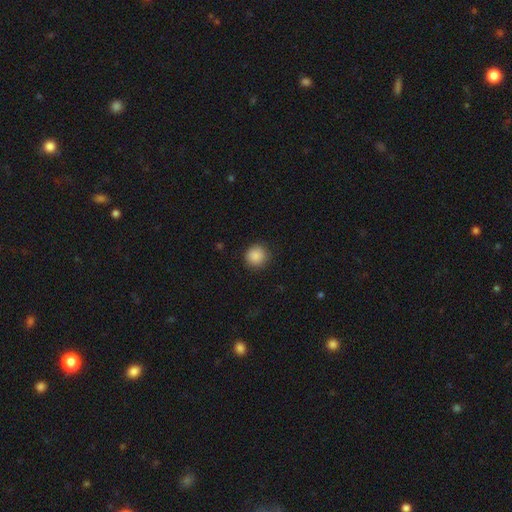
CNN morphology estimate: A smooth galaxy with no disk features (88%) that is round (93%). Merging: none (89%).